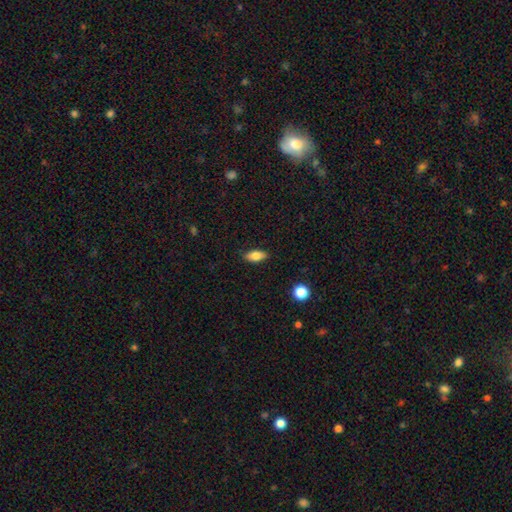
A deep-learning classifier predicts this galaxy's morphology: A smooth galaxy with no disk features (77%) that is in between round and cigar-shaped (83%). Merging: none (86%).